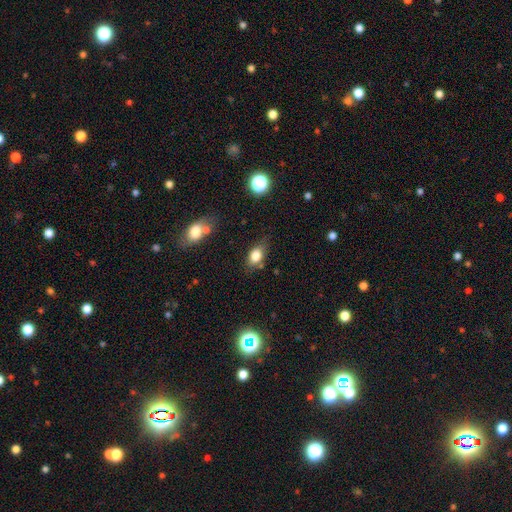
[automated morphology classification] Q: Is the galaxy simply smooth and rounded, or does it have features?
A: smooth — 80%.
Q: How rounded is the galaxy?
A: in between — 81%.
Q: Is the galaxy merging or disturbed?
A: none — 69%.